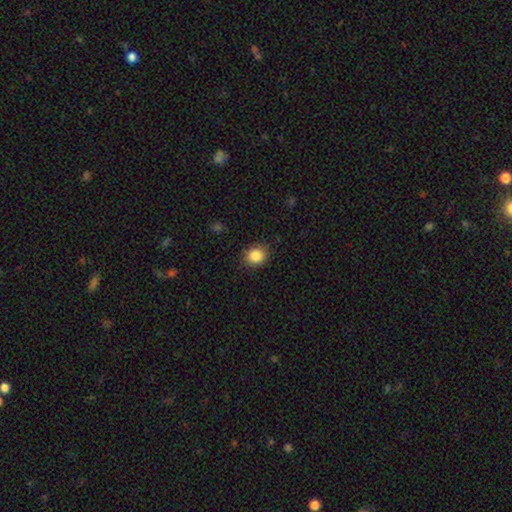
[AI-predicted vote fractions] Smooth or featured? smooth (86%)
How rounded? round (73%)
Merging? none (88%)